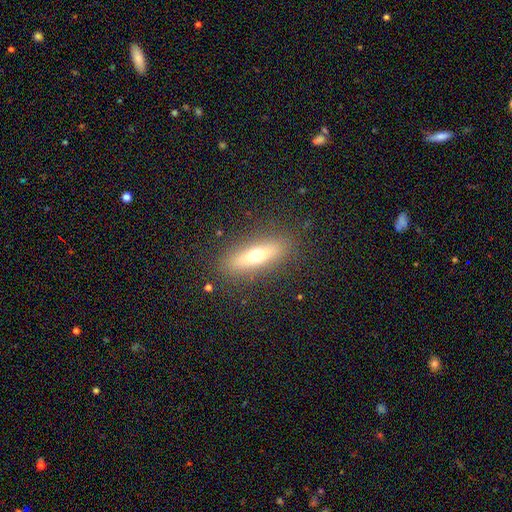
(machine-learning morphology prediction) The model was most divided on "how rounded": cigar-shaped: 54%, in between: 42%, round: 5%. More confident: merging — none (87%); smooth or featured — smooth (53%).